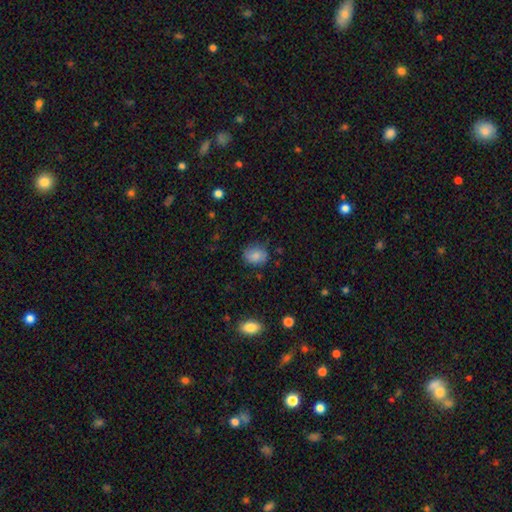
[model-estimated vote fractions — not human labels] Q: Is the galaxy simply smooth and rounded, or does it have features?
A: smooth — 83%.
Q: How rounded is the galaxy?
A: round — 53%.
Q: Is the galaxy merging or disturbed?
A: none — 77%.